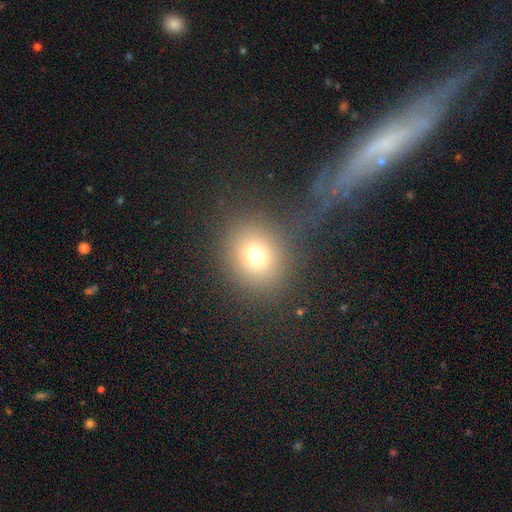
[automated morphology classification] Smooth or featured? smooth (74%)
How rounded? round (82%)
Merging? none (75%)